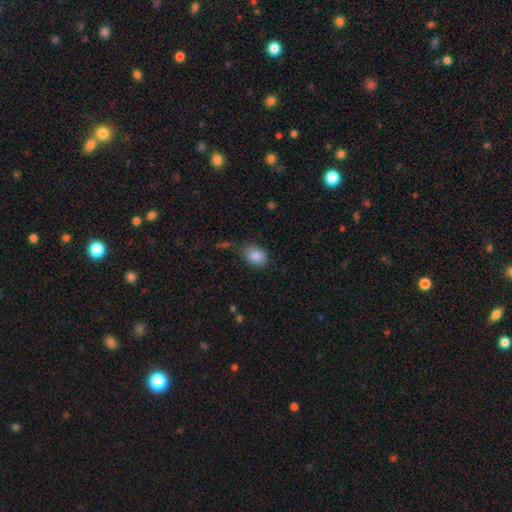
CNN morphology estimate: A smooth galaxy with no disk features (87%) that is in between round and cigar-shaped (74%). Merging: none (68%).